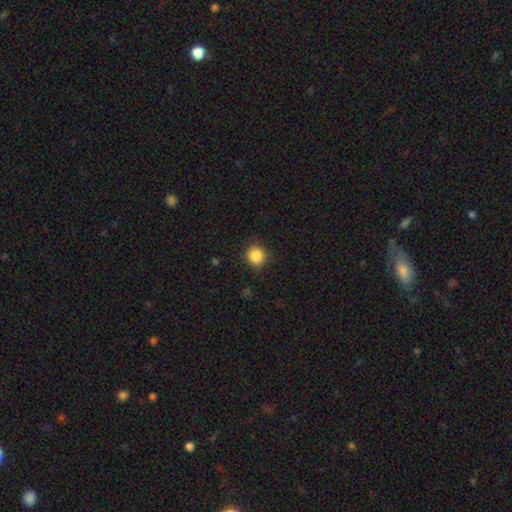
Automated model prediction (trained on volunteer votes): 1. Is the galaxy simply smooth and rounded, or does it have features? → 86% smooth, 10% star or artifact, 4% featured or disk.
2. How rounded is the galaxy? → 92% round, 7% in between, 1% cigar-shaped.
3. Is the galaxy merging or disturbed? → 89% none, 8% minor disturbance, 2% major disturbance, 1% merger.